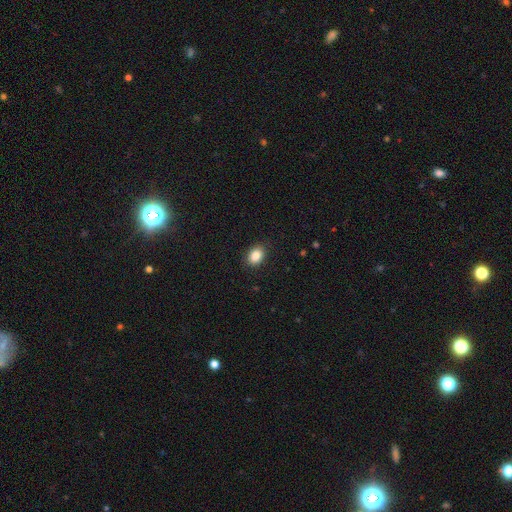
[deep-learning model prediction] Morphology: type=smooth (86%); roundness=in between (70%); merging=none (88%).